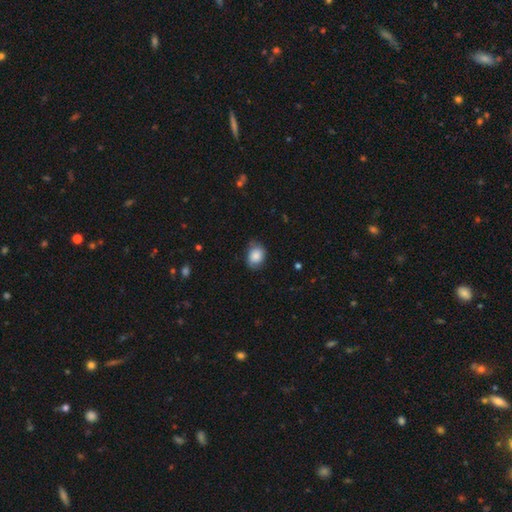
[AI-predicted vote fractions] Smooth or featured?
  - smooth: 85% *
  - featured or disk: 8%
  - star or artifact: 7%
How rounded?
  - in between: 61% *
  - round: 38%
  - cigar-shaped: 1%
Merging?
  - none: 69% *
  - minor disturbance: 24%
  - major disturbance: 5%
  - merger: 1%